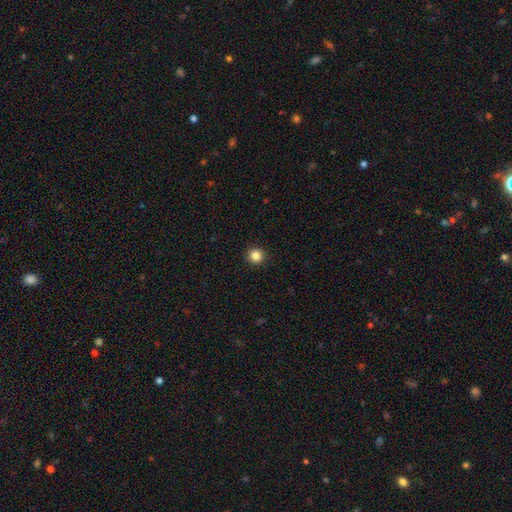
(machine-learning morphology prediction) smooth 84%, star or artifact 12%, featured or disk 4%. Down the decision tree: how rounded — round (95%); merging — none (93%).